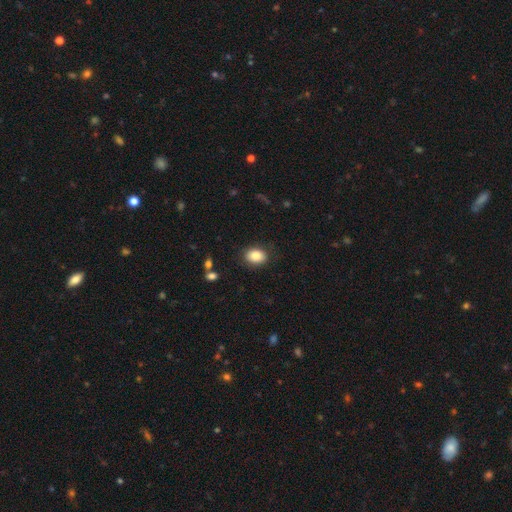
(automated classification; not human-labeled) A smooth galaxy with no disk features (84%) that is in between round and cigar-shaped (67%).

Vote fractions:
- Smooth or featured? smooth: 84% / star or artifact: 8% / featured or disk: 7%
- How rounded? in between: 67% / round: 32% / cigar-shaped: 1%
- Merging? none: 85% / minor disturbance: 10% / major disturbance: 3% / merger: 1%